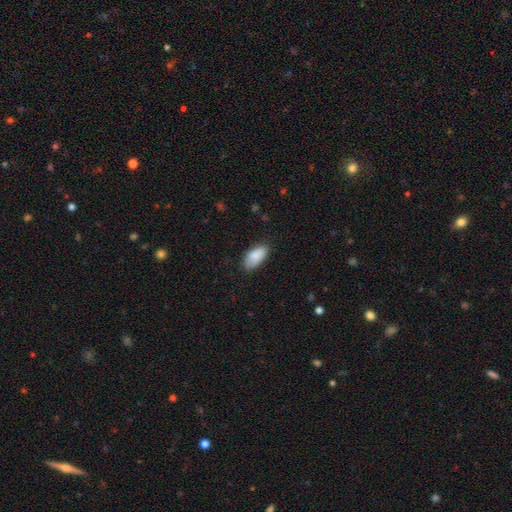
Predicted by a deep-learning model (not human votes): Smooth or featured? smooth (87%)
How rounded? in between (91%)
Merging? none (78%)